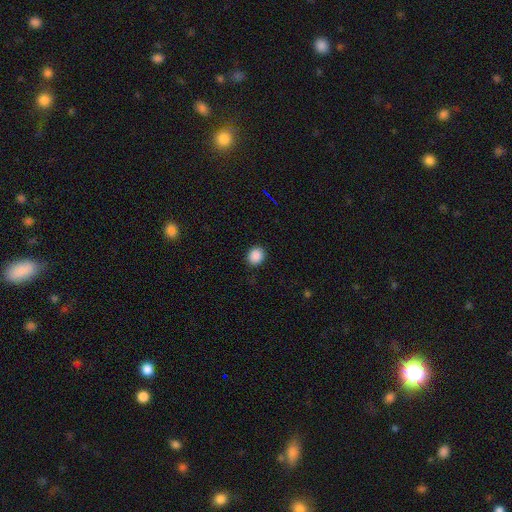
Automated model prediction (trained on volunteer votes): Smooth or featured? Predicted: smooth (p=0.88). How rounded? Predicted: round (p=0.61). Merging? Predicted: none (p=0.89).